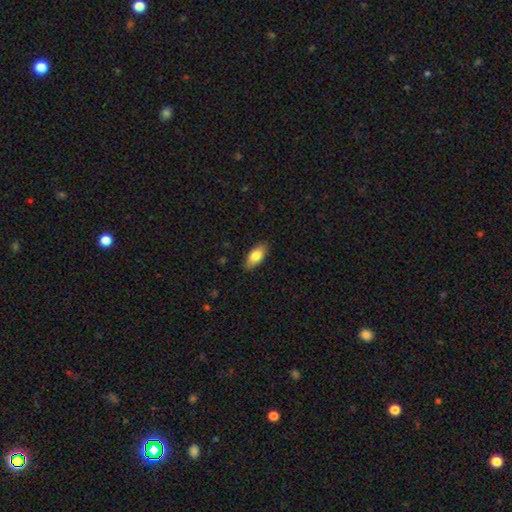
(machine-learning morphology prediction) Q: Smooth or featured?
A: smooth (80%); runner-up: featured or disk (13%)
Q: How rounded?
A: in between (89%); runner-up: cigar-shaped (9%)
Q: Merging?
A: none (87%); runner-up: minor disturbance (10%)